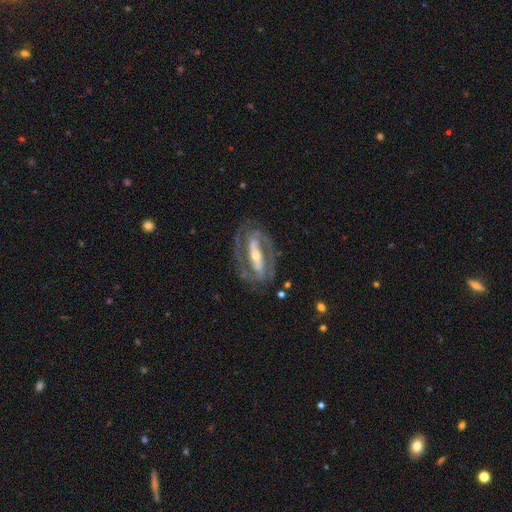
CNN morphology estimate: Overall: featured or disk (87%). Edge-on disk: no (88%). Bar: strong (68%). Spiral arms: yes (88%). Spiral arm count: 2 (83%). Spiral winding: tight (45%; medium 41%). Bulge size: moderate (48%; small 44%). Merging: none (77%).